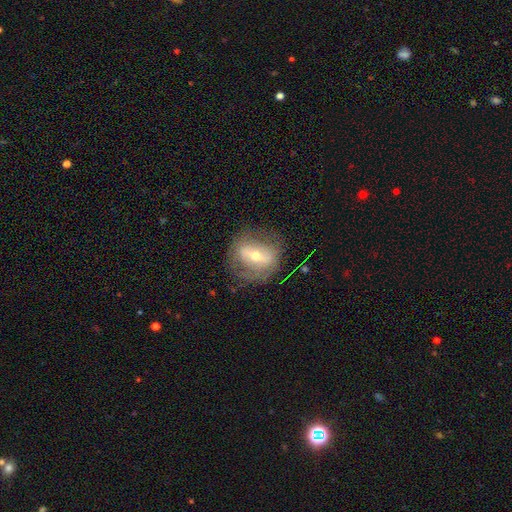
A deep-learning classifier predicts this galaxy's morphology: This appears to be a featured or disk galaxy (65%) with a strong bar (47%), no spiral arms (57%) and a moderate central bulge (56%). Merging: none (68%).